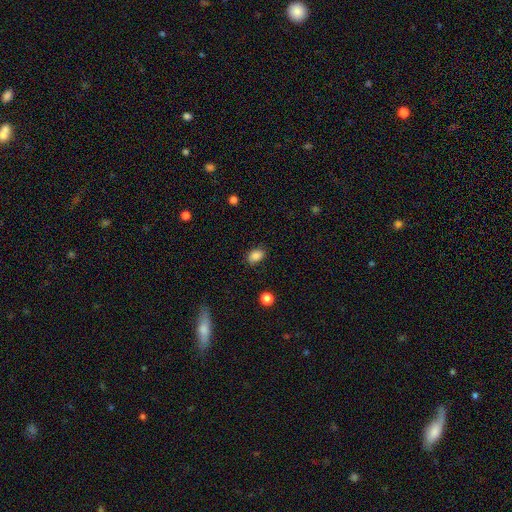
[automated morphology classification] This appears to be a smooth galaxy with no disk features (86%) that is in between round and cigar-shaped (79%). Merging: none (84%).